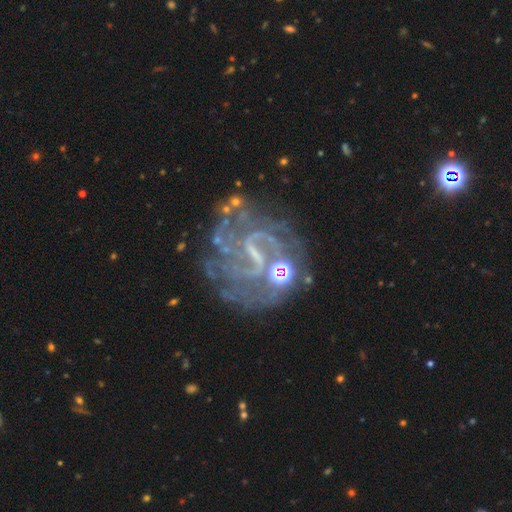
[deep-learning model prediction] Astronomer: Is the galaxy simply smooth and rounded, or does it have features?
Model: featured or disk — 81%.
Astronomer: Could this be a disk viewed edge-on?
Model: no — 98%.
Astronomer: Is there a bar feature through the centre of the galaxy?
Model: weak — 46% (runner-up: strong, 29%).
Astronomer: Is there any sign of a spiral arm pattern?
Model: yes — 86%.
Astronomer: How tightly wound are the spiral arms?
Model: tight — 46% (runner-up: medium, 39%).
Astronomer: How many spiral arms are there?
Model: can't tell — 35% (runner-up: 2, 24%).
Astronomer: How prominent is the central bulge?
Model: none — 42% (runner-up: small, 40%).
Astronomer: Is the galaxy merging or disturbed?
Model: none — 59%.